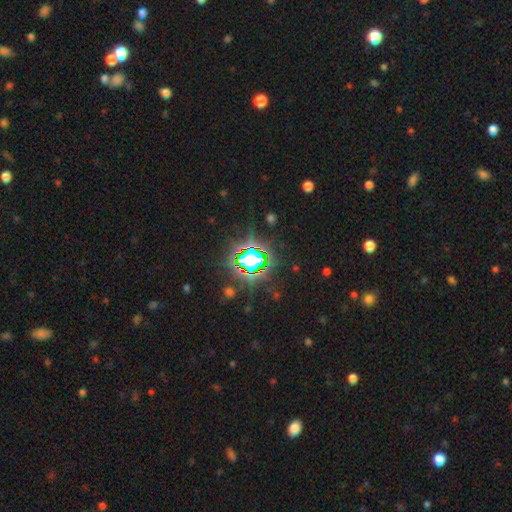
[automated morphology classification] smooth_or_featured: star or artifact (p=0.78) [alt: smooth p=0.13]